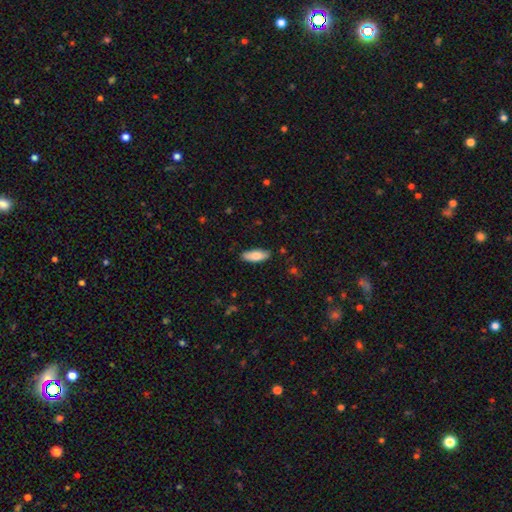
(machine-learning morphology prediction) Smooth or featured?
  - smooth: 83% *
  - featured or disk: 12%
  - star or artifact: 6%
How rounded?
  - in between: 74% *
  - cigar-shaped: 24%
  - round: 2%
Merging?
  - none: 85% *
  - minor disturbance: 12%
  - major disturbance: 2%
  - merger: 1%